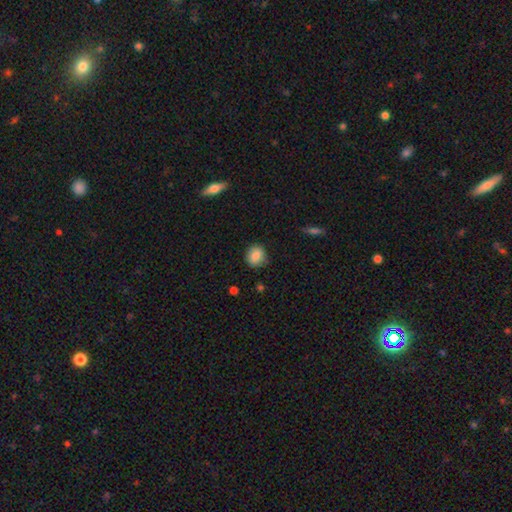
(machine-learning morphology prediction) Q: Smooth or featured?
A: smooth (85%); runner-up: star or artifact (8%)
Q: How rounded?
A: round (72%); runner-up: in between (27%)
Q: Merging?
A: none (81%); runner-up: minor disturbance (14%)